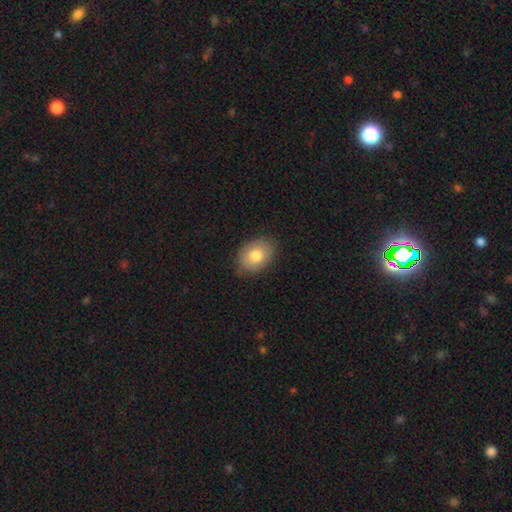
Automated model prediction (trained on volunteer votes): Q: Smooth or featured?
A: smooth (78%); runner-up: featured or disk (14%)
Q: How rounded?
A: in between (71%); runner-up: round (28%)
Q: Merging?
A: none (83%); runner-up: minor disturbance (13%)